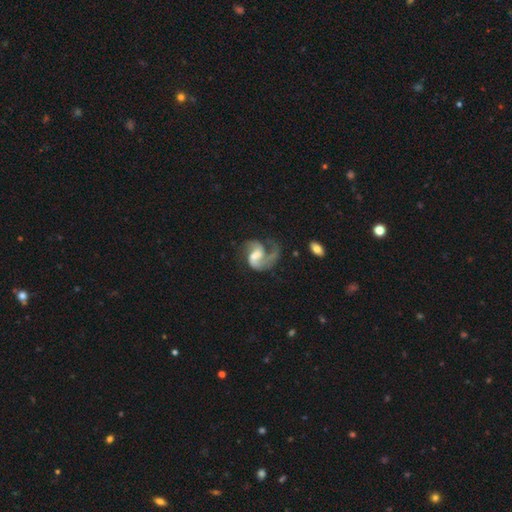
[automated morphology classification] A featured or disk galaxy (86%) with a weak bar (50%), 2 (59%) medium (49%) spiral arms (96%) and a moderate central bulge (39%).

Vote fractions:
- Smooth or featured? featured or disk: 86% / smooth: 9% / star or artifact: 5%
- Edge-on disk? no: 98% / yes: 2%
- Bar? weak: 50% / no: 29% / strong: 21%
- Spiral arms? yes: 96% / no: 4%
- Spiral winding? medium: 49% / loose: 37% / tight: 14%
- Spiral arm count? 2: 59% / 1: 34% / can't tell: 3% / 3: 2% / 4: 1% / more than 4: 1%
- Bulge size? moderate: 39% / small: 27% / none: 17% / large: 15% / dominant: 2%
- Merging? none: 44% / major disturbance: 34% / minor disturbance: 18% / merger: 4%